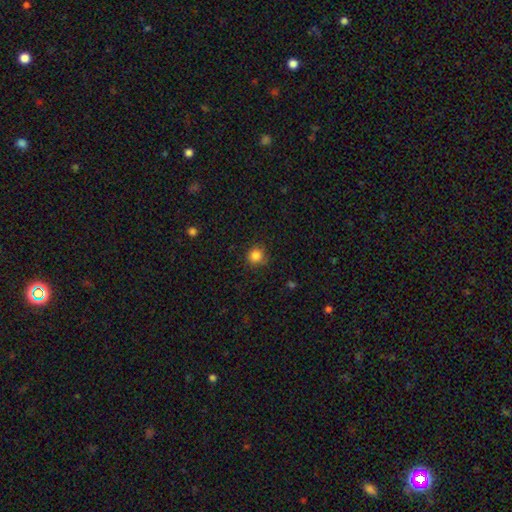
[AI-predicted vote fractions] smooth 84%, star or artifact 11%, featured or disk 5%. Down the decision tree: how rounded — round (92%); merging — none (83%).